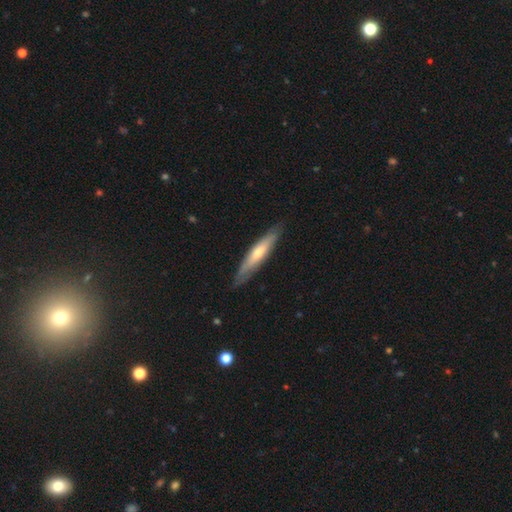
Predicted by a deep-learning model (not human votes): Smooth or featured? featured or disk (55%)
Edge-on disk? yes (83%)
Merging? none (86%)